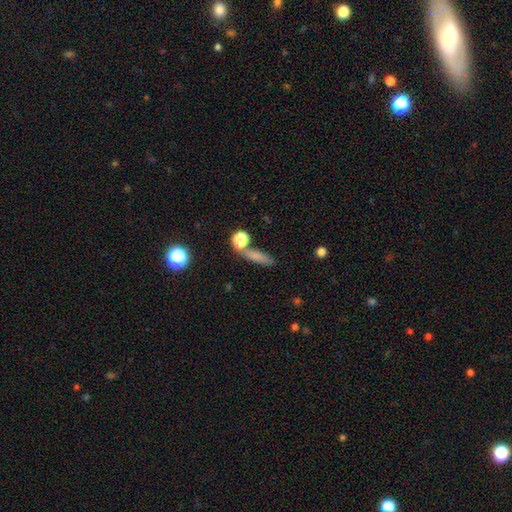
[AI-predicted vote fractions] The model was most divided on "how rounded": cigar-shaped: 52%, in between: 36%, round: 12%. More confident: smooth or featured — smooth (74%); merging — none (60%).